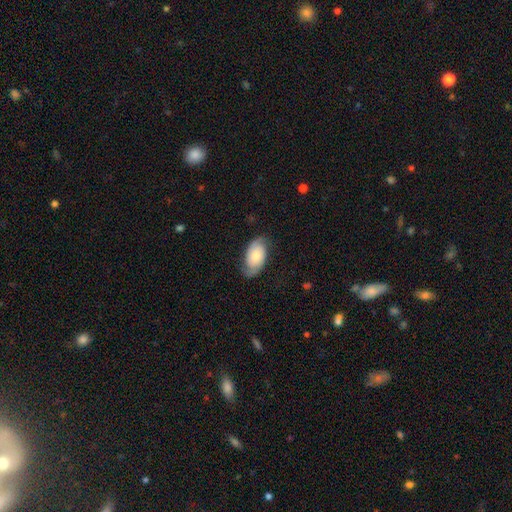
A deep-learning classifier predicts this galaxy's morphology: Q: Smooth or featured?
A: featured or disk (49%); runner-up: smooth (44%)
Q: Merging?
A: none (70%); runner-up: minor disturbance (22%)